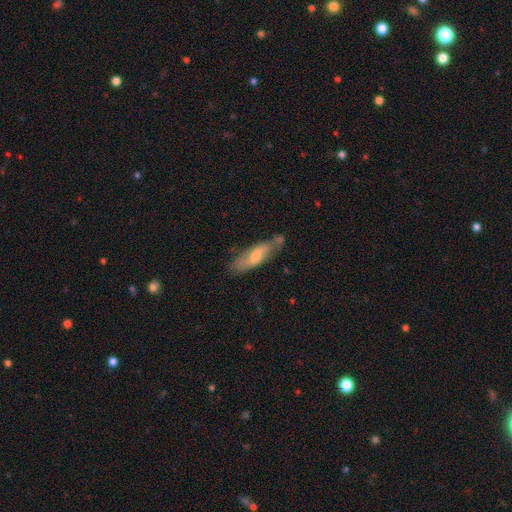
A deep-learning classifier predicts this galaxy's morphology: type=smooth (58%); roundness=cigar-shaped (55%); merging=none (59%).